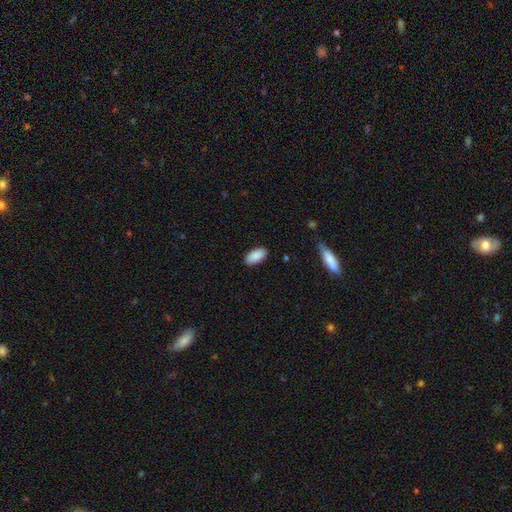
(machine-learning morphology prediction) smooth 89%, star or artifact 7%, featured or disk 4%. Down the decision tree: how rounded — in between (94%); merging — none (86%).